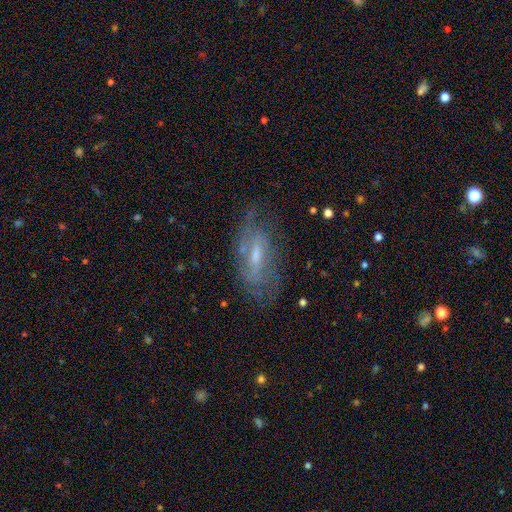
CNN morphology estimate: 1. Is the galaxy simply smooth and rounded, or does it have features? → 69% featured or disk, 21% smooth, 10% star or artifact.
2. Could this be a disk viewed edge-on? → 85% no, 15% yes.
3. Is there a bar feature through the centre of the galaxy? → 50% weak, 27% no, 23% strong.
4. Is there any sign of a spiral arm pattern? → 79% yes, 21% no.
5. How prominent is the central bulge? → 44% moderate, 41% small, 8% none, 5% large, 1% dominant.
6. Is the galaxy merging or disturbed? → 66% none, 22% minor disturbance, 11% major disturbance, 2% merger.